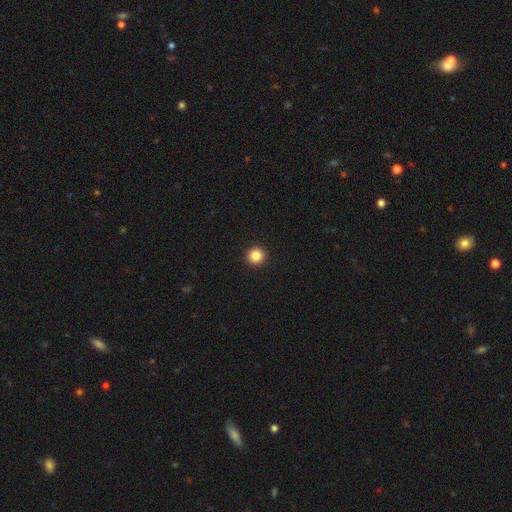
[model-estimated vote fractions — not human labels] Smooth or featured? smooth (86%)
How rounded? round (95%)
Merging? none (94%)